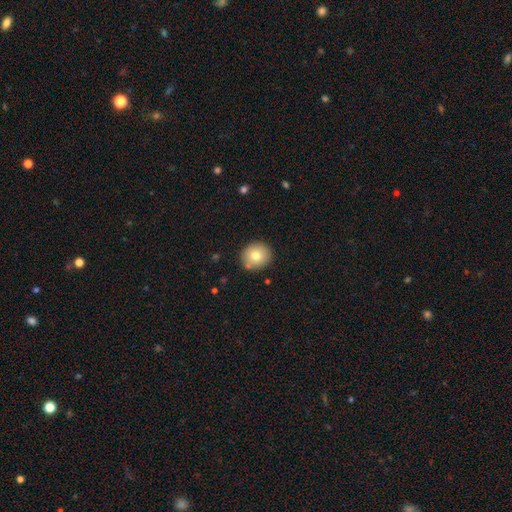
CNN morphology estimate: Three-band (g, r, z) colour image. It shows a smooth galaxy with no disk features (76%) that is round (87%). Merging: none (86%).